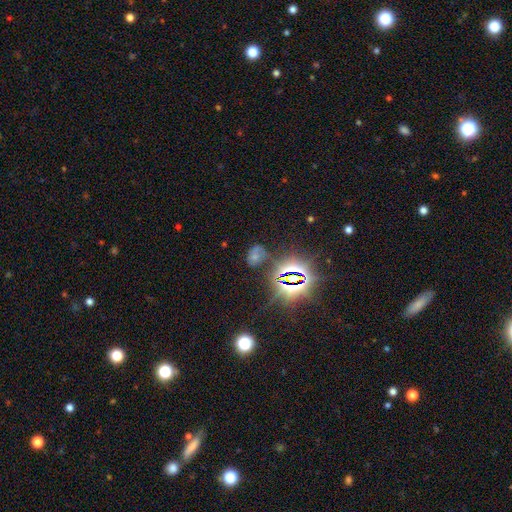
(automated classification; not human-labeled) Smooth or featured: star or artifact — 43% (smooth — 37%)